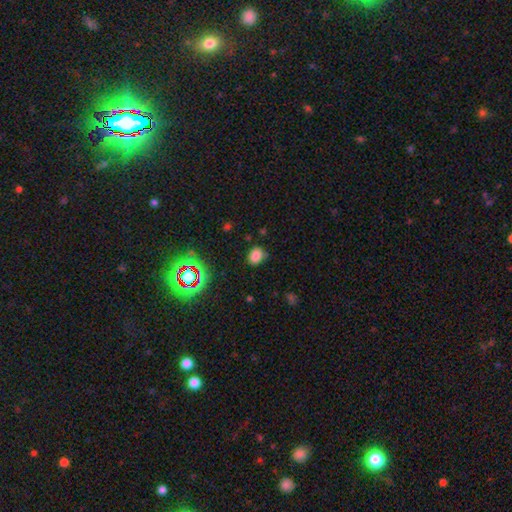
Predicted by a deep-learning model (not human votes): Smooth or featured?
  - smooth: 78% *
  - star or artifact: 16%
  - featured or disk: 6%
How rounded?
  - in between: 54% *
  - round: 45%
  - cigar-shaped: 1%
Merging?
  - none: 75% *
  - minor disturbance: 19%
  - major disturbance: 4%
  - merger: 2%